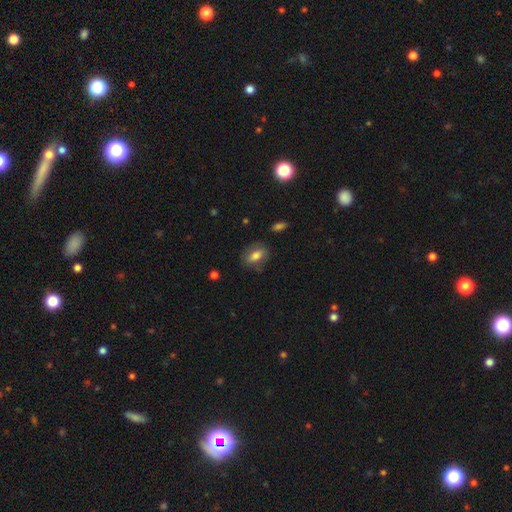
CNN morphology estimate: smooth_or_featured: smooth (p=0.70) [alt: featured or disk p=0.22]
how_rounded: in between (p=0.81) [alt: round p=0.13]
merging: none (p=0.75) [alt: minor disturbance p=0.17]